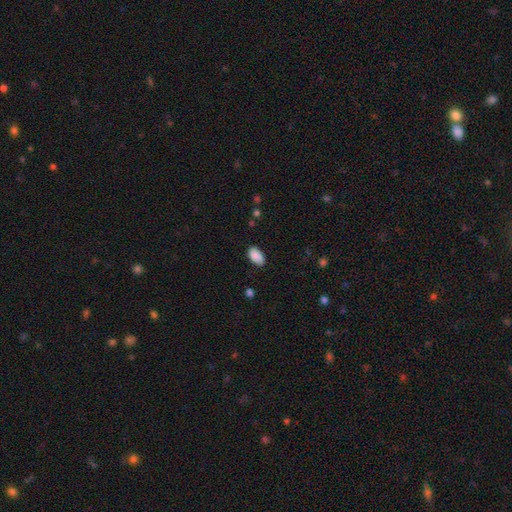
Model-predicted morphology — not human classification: This is clearly a smooth galaxy (90%). How rounded: clearly in between (94%). Merging: clearly none (84%).